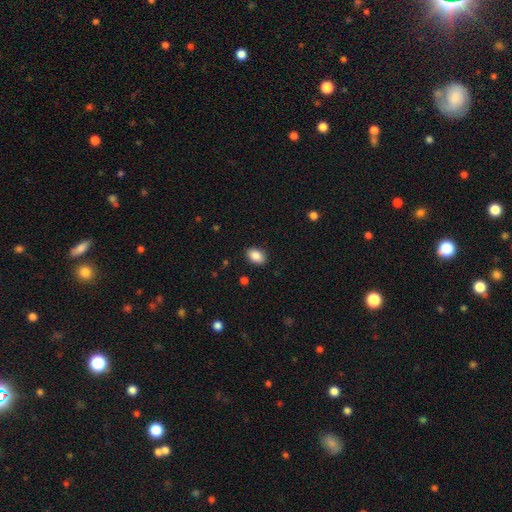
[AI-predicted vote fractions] The model was most divided on "how rounded": in between: 83%, round: 16%, cigar-shaped: 1%. More confident: merging — none (88%); smooth or featured — smooth (88%).